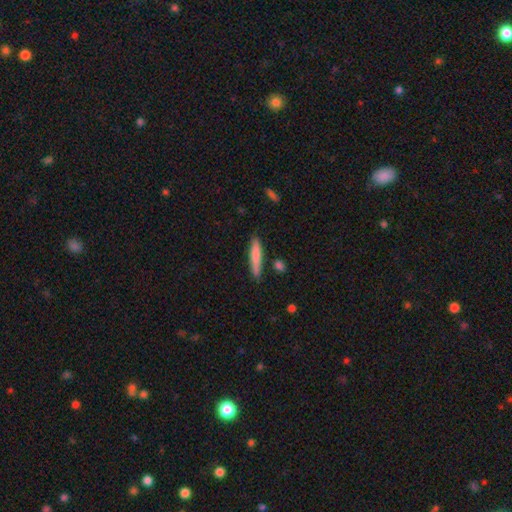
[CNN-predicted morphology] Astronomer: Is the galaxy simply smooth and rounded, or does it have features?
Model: smooth — 77%.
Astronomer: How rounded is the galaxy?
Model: cigar-shaped — 89%.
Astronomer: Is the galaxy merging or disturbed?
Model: none — 82%.